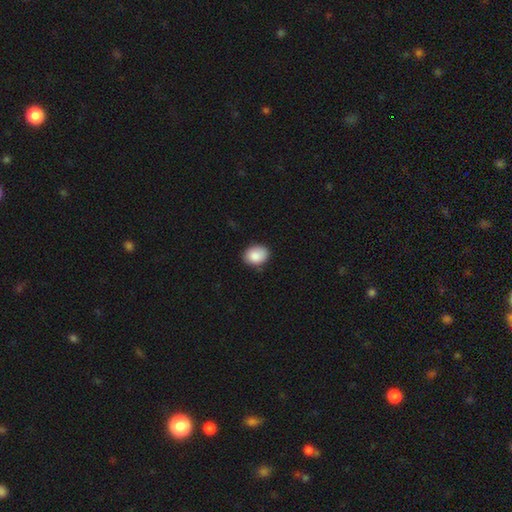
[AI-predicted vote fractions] This is clearly a smooth galaxy (88%). How rounded: possibly in between (60%). Merging: clearly none (80%).